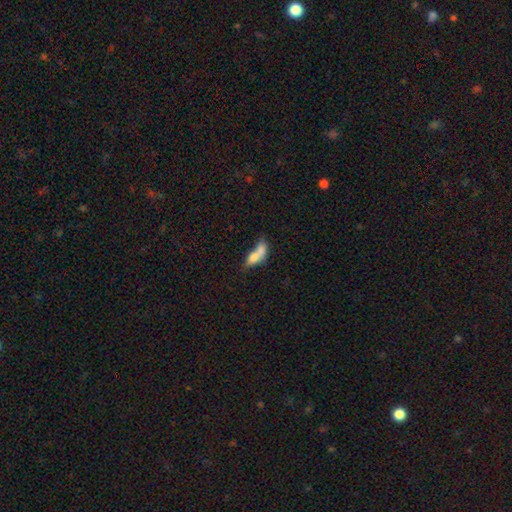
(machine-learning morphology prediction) smooth_or_featured: smooth (p=0.66) [alt: featured or disk p=0.25]
how_rounded: in between (p=0.68) [alt: cigar-shaped p=0.22]
merging: merger (p=0.61) [alt: none p=0.19]